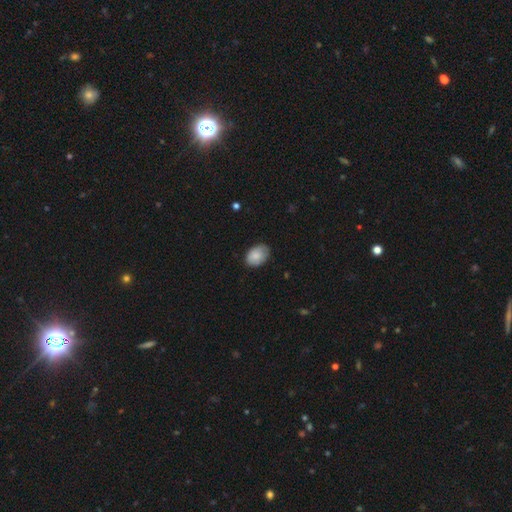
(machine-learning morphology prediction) Smooth or featured? Predicted: smooth (p=0.84). How rounded? Predicted: in between (p=0.83). Merging? Predicted: none (p=0.74).